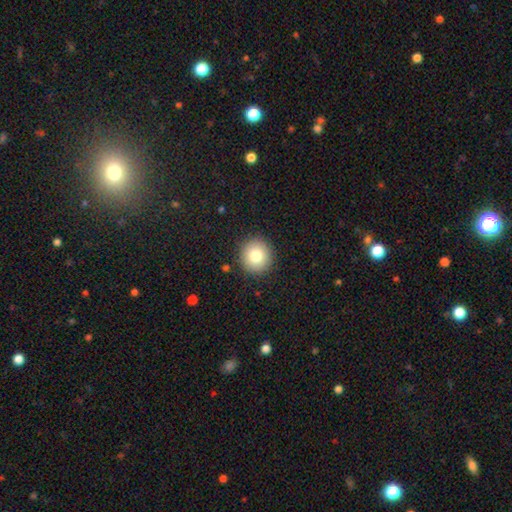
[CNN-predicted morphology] The model was most divided on "smooth or featured": smooth: 80%, featured or disk: 10%, star or artifact: 10%. More confident: how rounded — round (93%); merging — none (90%).